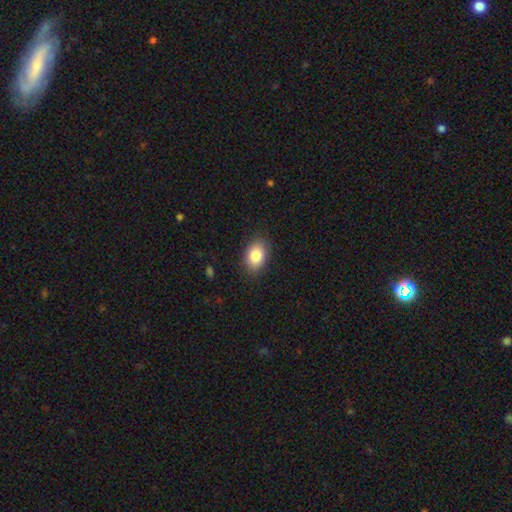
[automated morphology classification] Overall: smooth (84%). How rounded: in between (81%). Merging: none (86%).